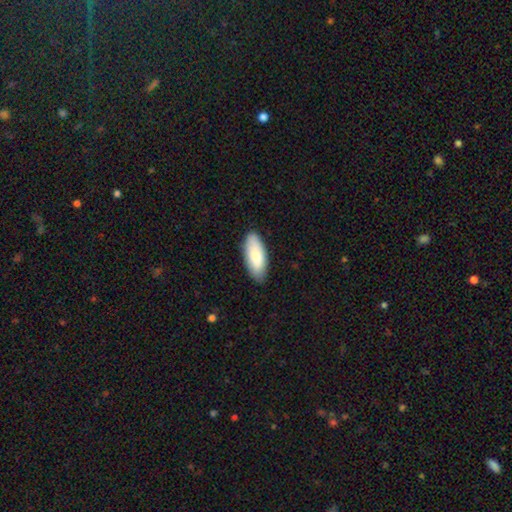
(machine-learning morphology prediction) smooth 80%, featured or disk 15%, star or artifact 5%. Down the decision tree: how rounded — in between (83%); merging — none (85%).